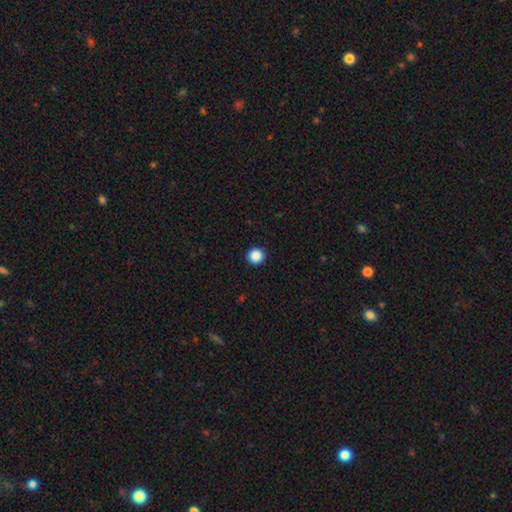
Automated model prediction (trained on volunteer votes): This is clearly a smooth galaxy (87%). How rounded: clearly round (96%). Merging: clearly none (93%).